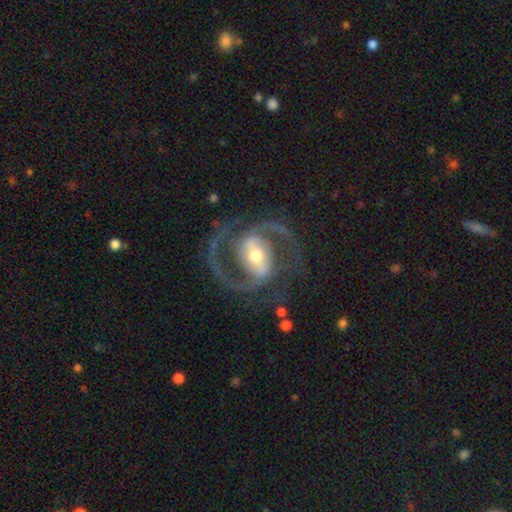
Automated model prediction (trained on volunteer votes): The model was most divided on "bar": strong: 52%, weak: 33%, no: 15%. More confident: spiral arms — yes (98%); edge-on disk — no (98%); smooth or featured — featured or disk (92%); spiral arm count — 2 (91%); merging — none (79%); spiral winding — medium (66%); bulge size — moderate (64%).